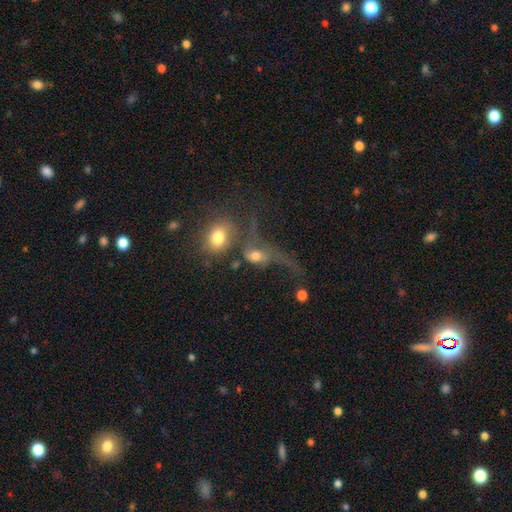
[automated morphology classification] Smooth or featured?
  - smooth: 54% *
  - featured or disk: 31%
  - star or artifact: 15%
How rounded?
  - in between: 58% *
  - round: 38%
  - cigar-shaped: 5%
Merging?
  - merger: 38% *
  - major disturbance: 36%
  - none: 17%
  - minor disturbance: 10%